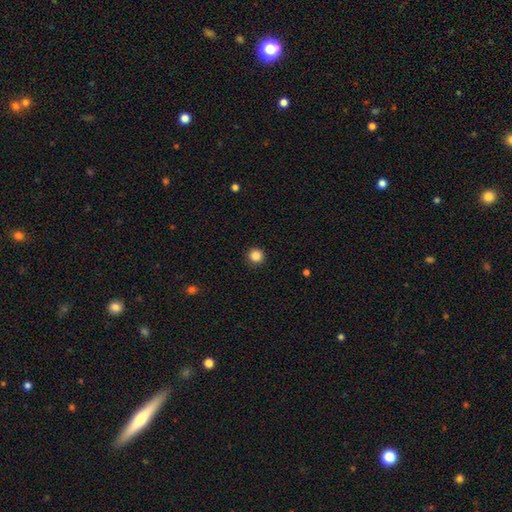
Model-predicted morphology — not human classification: A smooth galaxy with no disk features (86%) that is round (95%). Merging: none (92%).